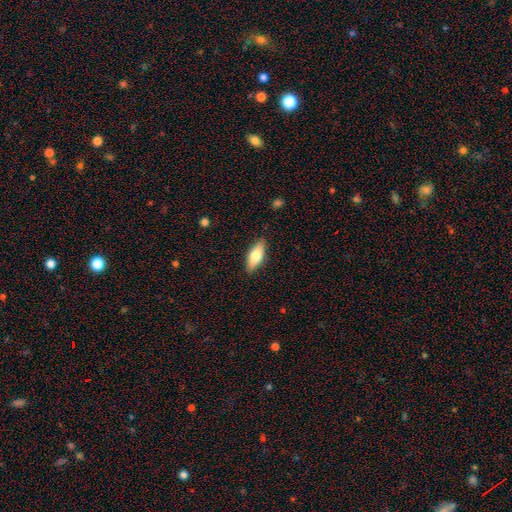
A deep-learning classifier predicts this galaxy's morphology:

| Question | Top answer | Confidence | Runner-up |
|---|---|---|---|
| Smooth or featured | smooth | 75% | featured or disk (19%) |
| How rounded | in between | 74% | cigar-shaped (24%) |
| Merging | none | 87% | minor disturbance (10%) |